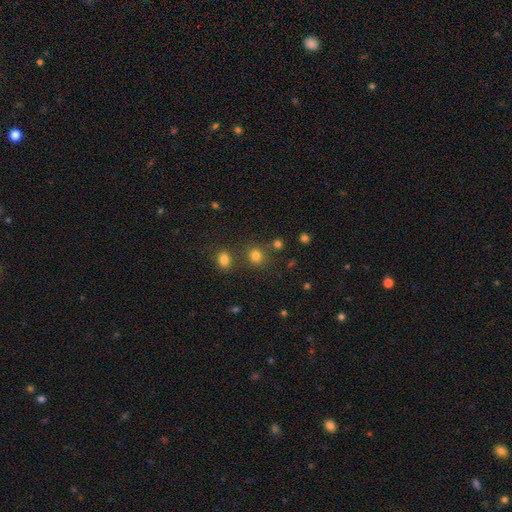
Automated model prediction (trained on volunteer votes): This is likely a smooth galaxy (78%). How rounded: clearly round (80%). Merging: likely none (73%).